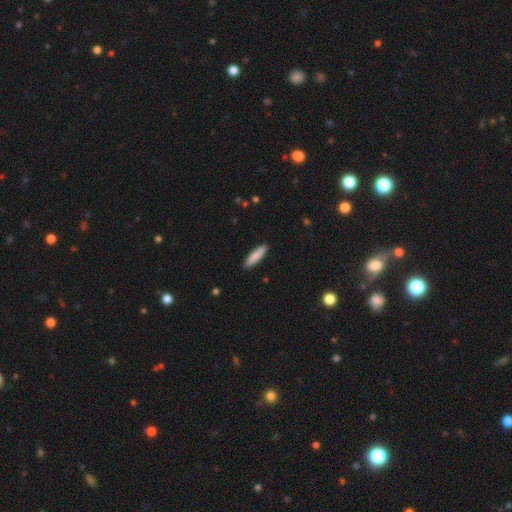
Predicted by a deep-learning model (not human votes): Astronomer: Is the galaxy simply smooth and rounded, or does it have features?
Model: smooth — 86%.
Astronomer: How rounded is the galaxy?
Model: cigar-shaped — 79%.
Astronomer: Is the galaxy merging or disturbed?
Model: none — 91%.